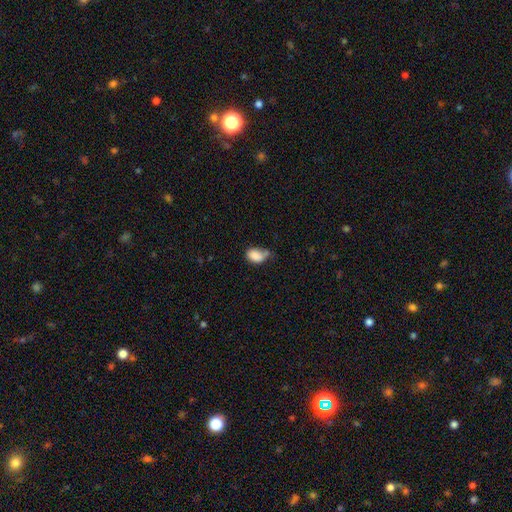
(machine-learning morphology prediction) Smooth or featured? smooth (84%)
How rounded? in between (82%)
Merging? none (36%)